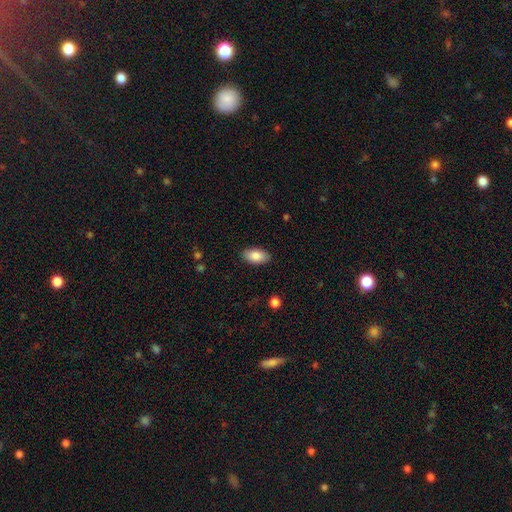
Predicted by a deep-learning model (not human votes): This appears to be a smooth galaxy with no disk features (86%) that is in between round and cigar-shaped (94%). Merging: none (88%).